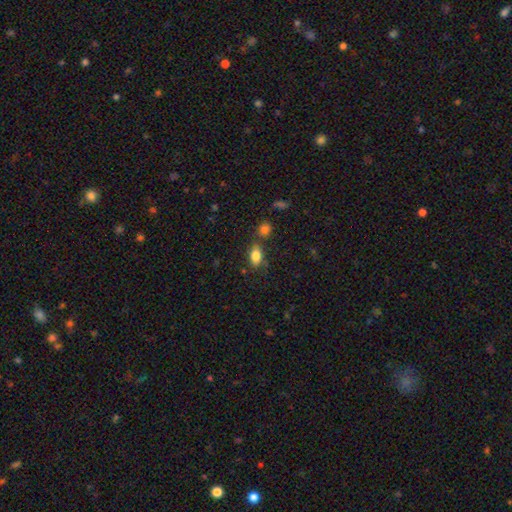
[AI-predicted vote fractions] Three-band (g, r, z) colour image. It shows a smooth galaxy with no disk features (81%) that is in between round and cigar-shaped (86%). Merging: none (72%).